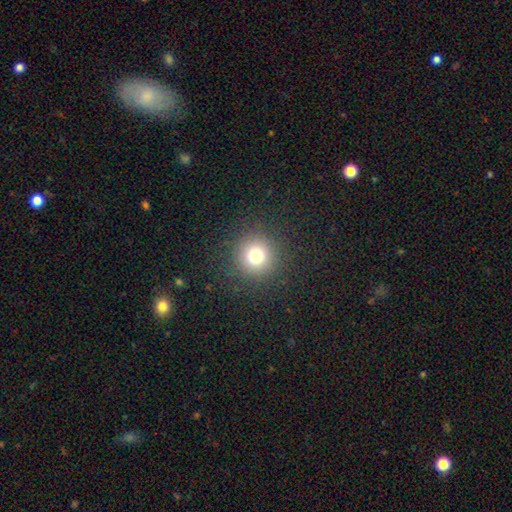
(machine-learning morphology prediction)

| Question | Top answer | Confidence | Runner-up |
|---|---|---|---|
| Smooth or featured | smooth | 77% | star or artifact (15%) |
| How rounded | round | 94% | in between (5%) |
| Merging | none | 90% | minor disturbance (6%) |